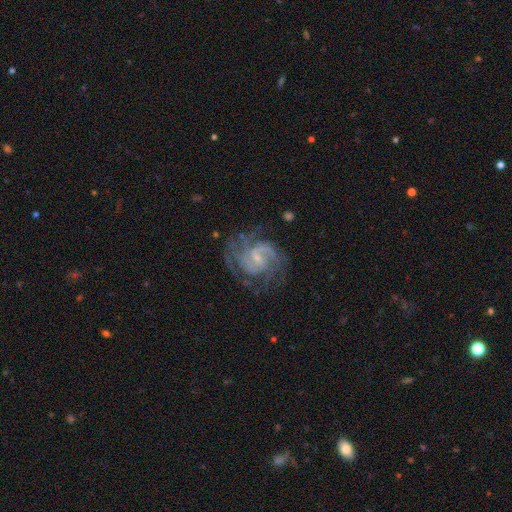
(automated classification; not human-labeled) Smooth or featured?
  - featured or disk: 89% *
  - star or artifact: 6%
  - smooth: 5%
Edge-on disk?
  - no: 98% *
  - yes: 2%
Bar?
  - weak: 49% *
  - no: 39%
  - strong: 12%
Spiral arms?
  - yes: 98% *
  - no: 2%
Spiral winding?
  - tight: 48% *
  - medium: 43%
  - loose: 8%
Spiral arm count?
  - 2: 47% *
  - 3: 21%
  - can't tell: 15%
  - 4: 7%
  - 1: 5%
  - more than 4: 5%
Bulge size?
  - small: 70% *
  - moderate: 20%
  - none: 9%
  - large: 1%
  - dominant: 1%
Merging?
  - none: 72% *
  - minor disturbance: 16%
  - major disturbance: 10%
  - merger: 1%